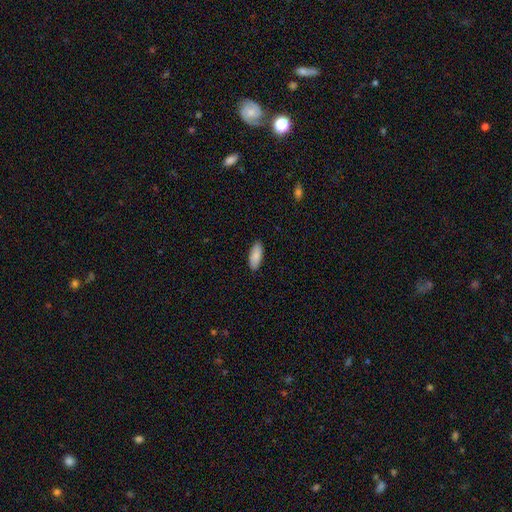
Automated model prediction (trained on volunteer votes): The model was most divided on "how rounded": in between: 85%, cigar-shaped: 13%, round: 2%. More confident: merging — none (89%); smooth or featured — smooth (87%).